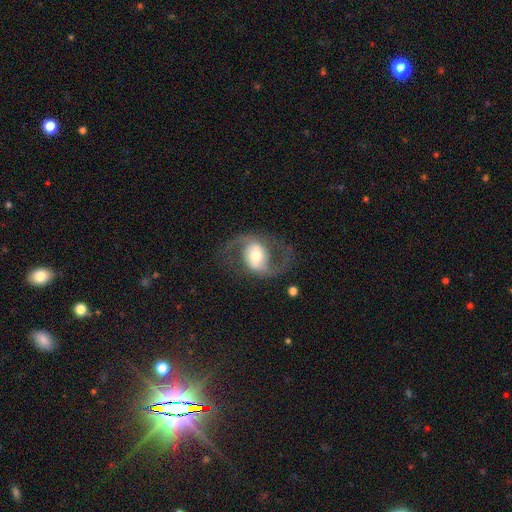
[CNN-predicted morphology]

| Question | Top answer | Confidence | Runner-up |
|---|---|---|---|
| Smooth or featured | featured or disk | 85% | smooth (10%) |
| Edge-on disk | no | 97% | yes (3%) |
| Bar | no | 44% | weak (35%) |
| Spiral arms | yes | 91% | no (9%) |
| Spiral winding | medium | 47% | loose (44%) |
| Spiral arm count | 2 | 93% | can't tell (2%) |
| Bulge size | moderate | 64% | large (21%) |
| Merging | none | 73% | major disturbance (13%) |